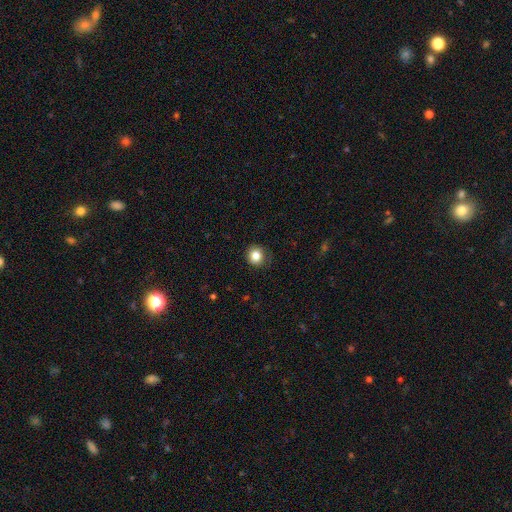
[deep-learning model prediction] Overall: smooth (83%). How rounded: round (89%). Merging: none (84%).